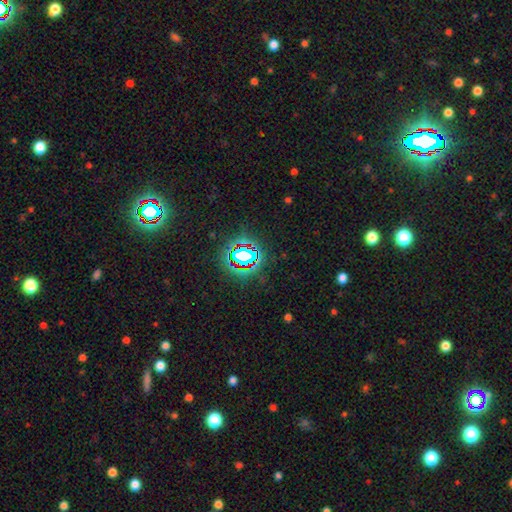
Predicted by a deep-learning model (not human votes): Q: Smooth or featured?
A: star or artifact (82%); runner-up: smooth (11%)